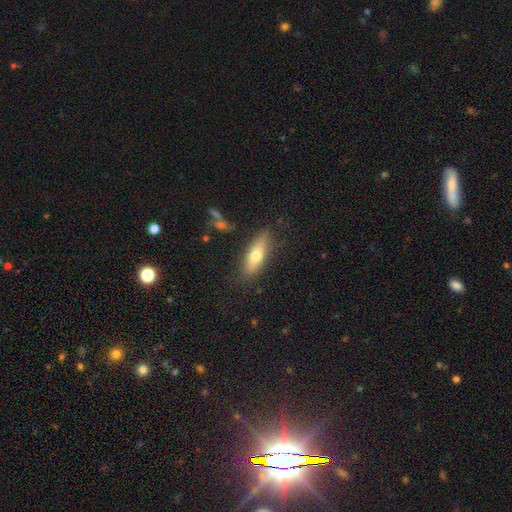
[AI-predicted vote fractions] Smooth or featured: smooth — 63% (featured or disk — 30%)
How rounded: in between — 51% (cigar-shaped — 46%)
Merging: none — 82% (minor disturbance — 13%)